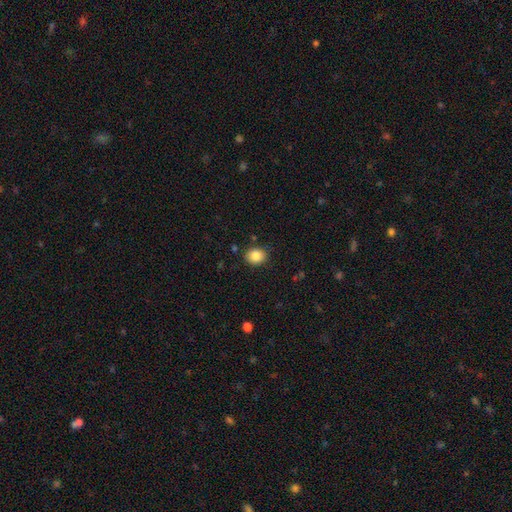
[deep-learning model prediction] This appears to be a smooth galaxy with no disk features (86%) that is round (57%). Merging: none (86%).